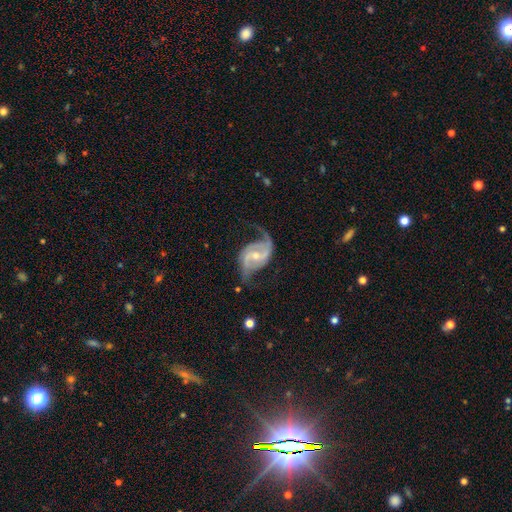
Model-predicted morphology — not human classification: Smooth or featured?
  - featured or disk: 91% *
  - smooth: 5%
  - star or artifact: 5%
Edge-on disk?
  - no: 98% *
  - yes: 2%
Bar?
  - weak: 46% *
  - no: 28%
  - strong: 25%
Spiral arms?
  - yes: 97% *
  - no: 3%
Spiral winding?
  - loose: 55% *
  - medium: 36%
  - tight: 9%
Spiral arm count?
  - 2: 91% *
  - 1: 3%
  - can't tell: 2%
  - 3: 2%
  - 4: 1%
  - more than 4: 1%
Bulge size?
  - small: 53% *
  - moderate: 43%
  - none: 2%
  - large: 2%
  - dominant: 1%
Merging?
  - none: 64% *
  - minor disturbance: 19%
  - major disturbance: 14%
  - merger: 2%